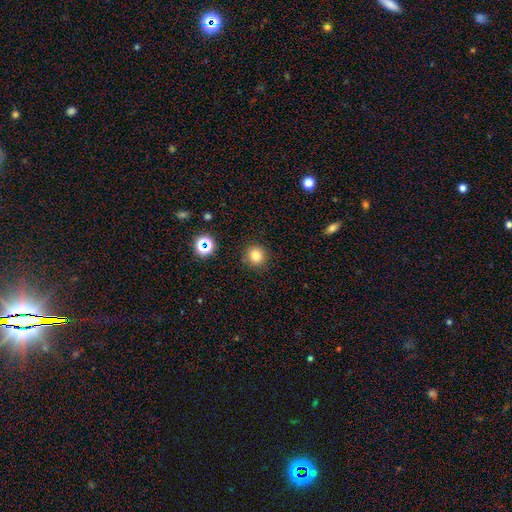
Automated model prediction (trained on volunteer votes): Smooth or featured?
  - smooth: 79% *
  - star or artifact: 15%
  - featured or disk: 6%
How rounded?
  - round: 92% *
  - in between: 7%
  - cigar-shaped: 1%
Merging?
  - none: 88% *
  - minor disturbance: 7%
  - major disturbance: 3%
  - merger: 2%